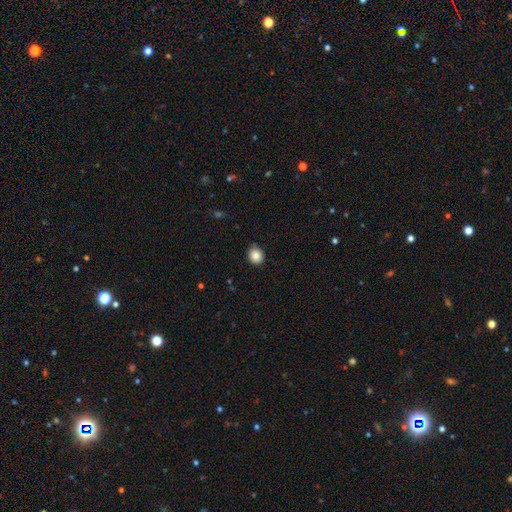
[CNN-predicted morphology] smooth_or_featured: smooth (p=0.86) [alt: star or artifact p=0.09]
how_rounded: round (p=0.77) [alt: in between p=0.22]
merging: none (p=0.85) [alt: minor disturbance p=0.12]